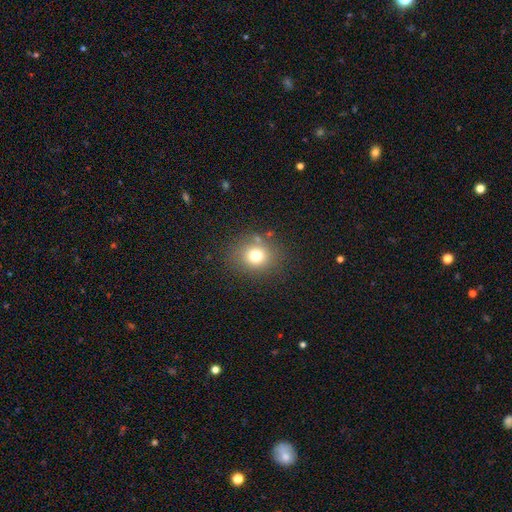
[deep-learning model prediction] Smooth or featured?
  - smooth: 74% *
  - star or artifact: 15%
  - featured or disk: 11%
How rounded?
  - round: 76% *
  - in between: 23%
  - cigar-shaped: 1%
Merging?
  - none: 79% *
  - minor disturbance: 11%
  - merger: 5%
  - major disturbance: 5%